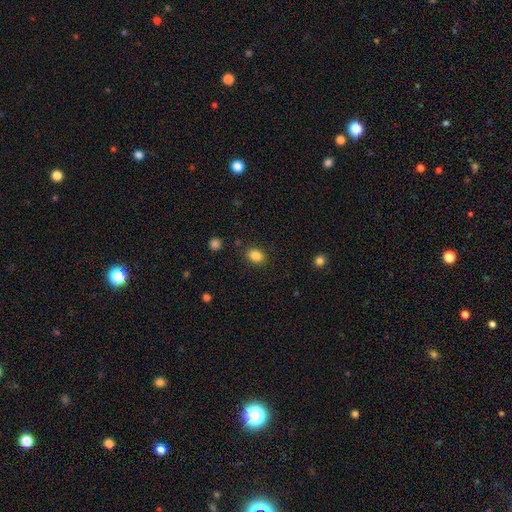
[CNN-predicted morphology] This is clearly a smooth galaxy (85%). How rounded: possibly in between (57%). Merging: clearly none (86%).